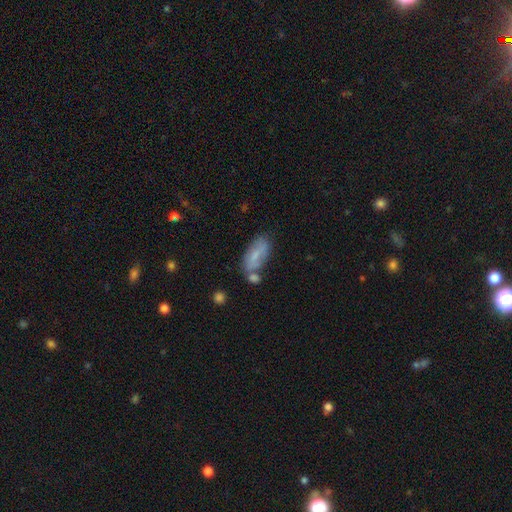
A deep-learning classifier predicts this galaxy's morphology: Smooth or featured? smooth (64%)
How rounded? in between (85%)
Merging? none (55%)